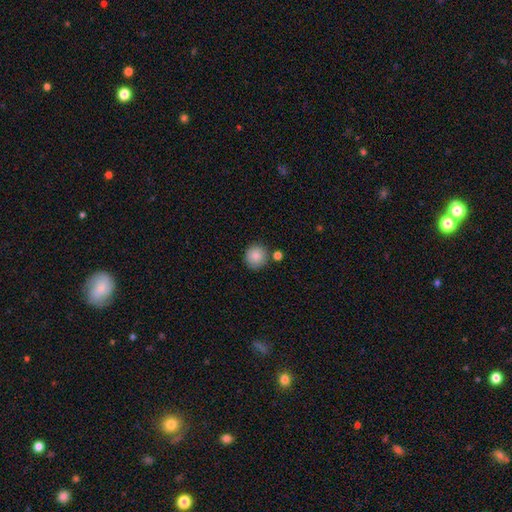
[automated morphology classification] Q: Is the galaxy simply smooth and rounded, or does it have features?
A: smooth — 87%.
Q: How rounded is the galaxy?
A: round — 92%.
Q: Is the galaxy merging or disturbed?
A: none — 82%.